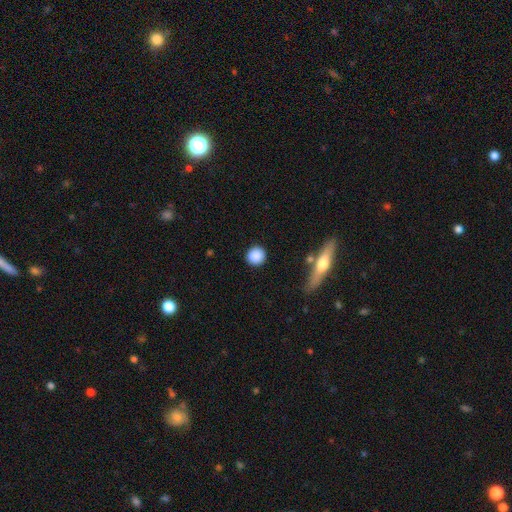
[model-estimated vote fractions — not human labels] Morphology: type=smooth (88%); roundness=round (92%); merging=none (88%).